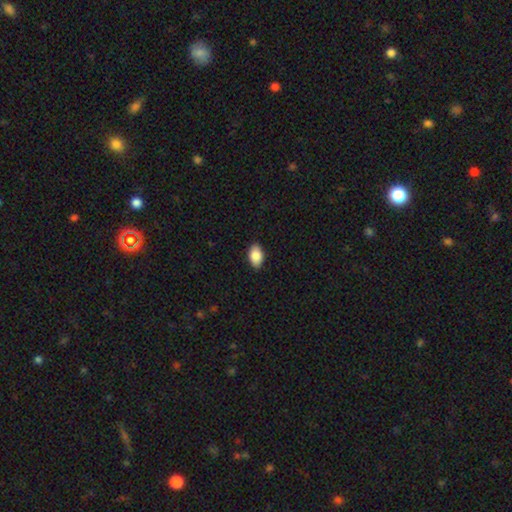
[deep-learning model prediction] This appears to be a smooth galaxy with no disk features (87%) that is in between round and cigar-shaped (91%). Merging: none (88%).